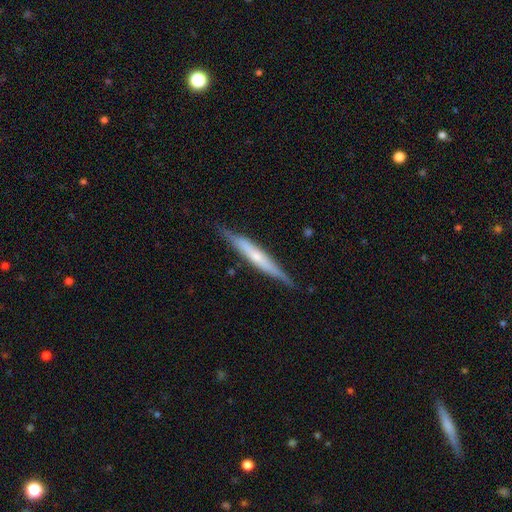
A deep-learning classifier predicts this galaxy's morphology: This is possibly a featured or disk galaxy (57%). It is clearly viewed edge-on (93%). Edge-on bulge: possibly rounded (50%). Merging: clearly none (83%).